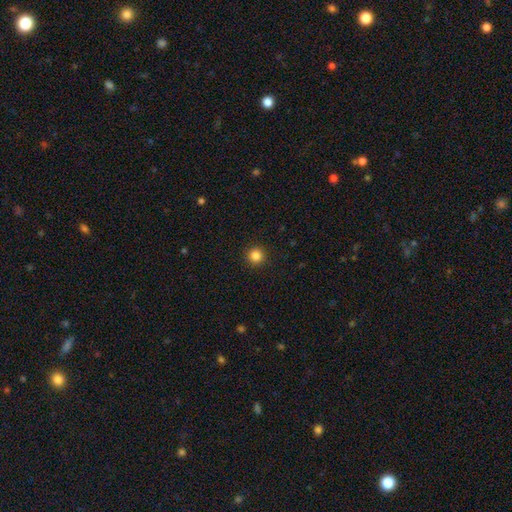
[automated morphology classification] type=smooth (84%); roundness=round (96%); merging=none (93%).